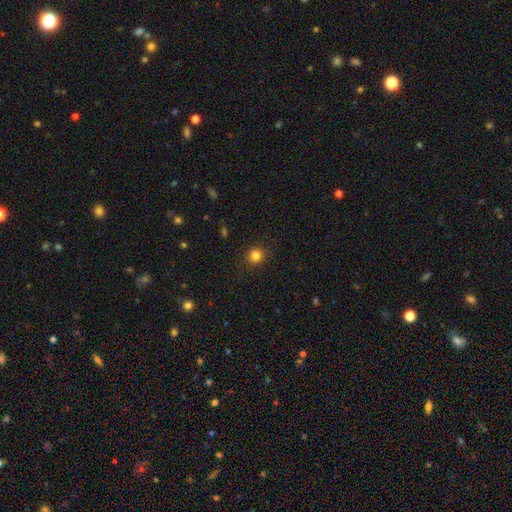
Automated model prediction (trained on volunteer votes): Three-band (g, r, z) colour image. It shows a smooth galaxy with no disk features (83%) that is round (91%). Merging: none (89%).